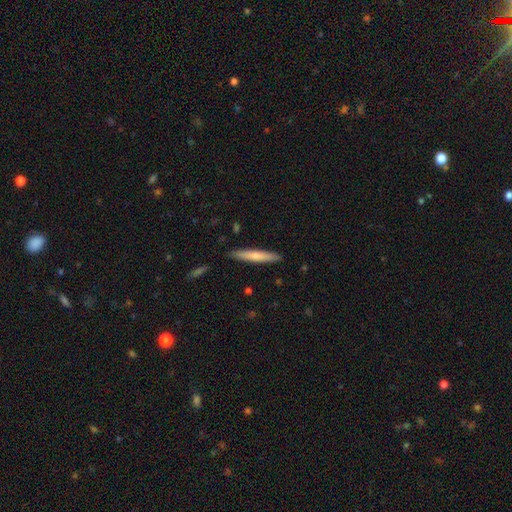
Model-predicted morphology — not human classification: type=smooth (67%); roundness=cigar-shaped (94%); merging=none (89%).